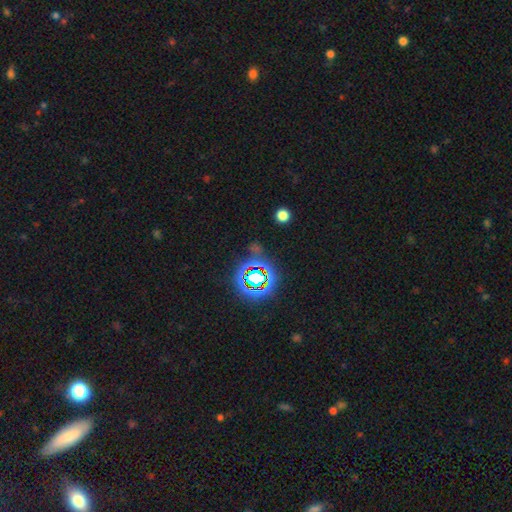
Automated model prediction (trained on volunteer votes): Smooth or featured? star or artifact (75%)